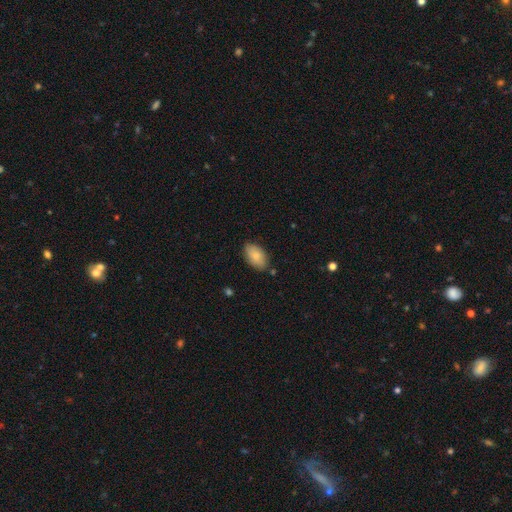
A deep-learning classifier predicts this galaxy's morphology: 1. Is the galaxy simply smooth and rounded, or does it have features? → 82% smooth, 11% featured or disk, 7% star or artifact.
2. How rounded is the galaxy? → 94% in between, 5% round, 2% cigar-shaped.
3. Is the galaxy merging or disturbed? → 81% none, 15% minor disturbance, 3% major disturbance, 2% merger.